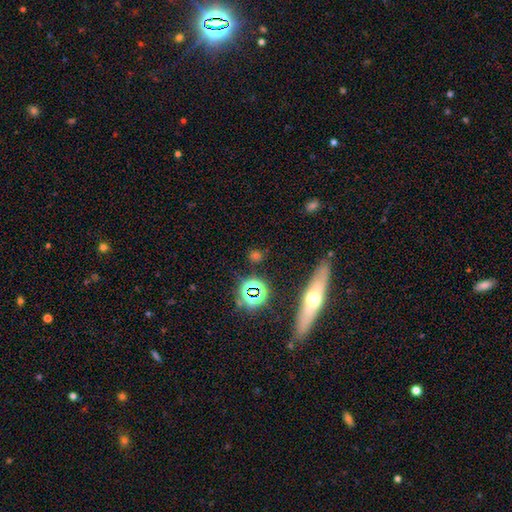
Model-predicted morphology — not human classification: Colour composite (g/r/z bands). It shows a smooth galaxy with no disk features (42%). Merging: none (84%).